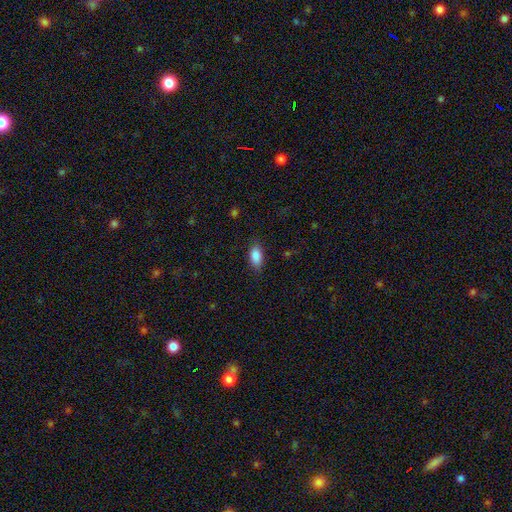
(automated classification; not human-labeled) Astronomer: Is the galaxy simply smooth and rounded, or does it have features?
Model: smooth — 88%.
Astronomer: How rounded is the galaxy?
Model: in between — 91%.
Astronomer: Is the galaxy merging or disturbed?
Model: none — 83%.